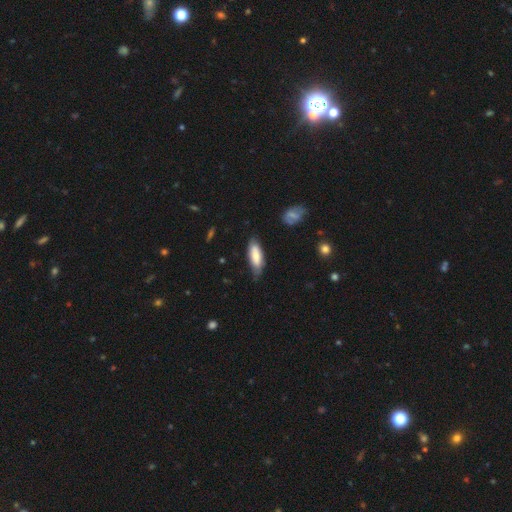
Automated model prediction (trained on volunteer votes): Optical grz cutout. It shows a smooth galaxy with no disk features (75%) that is in between round and cigar-shaped (64%). Merging: none (67%).